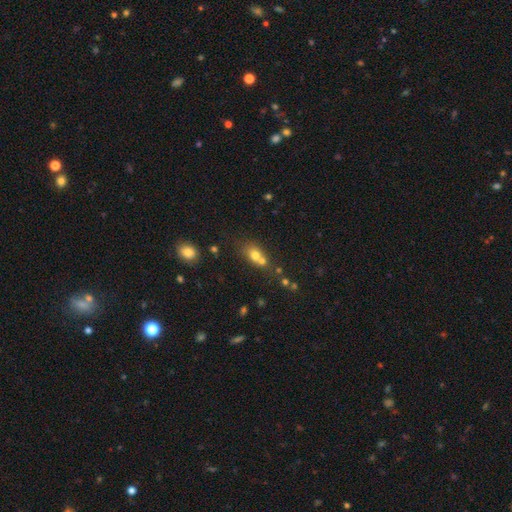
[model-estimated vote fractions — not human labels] Smooth or featured? smooth (70%)
How rounded? in between (49%)
Merging? merger (54%)